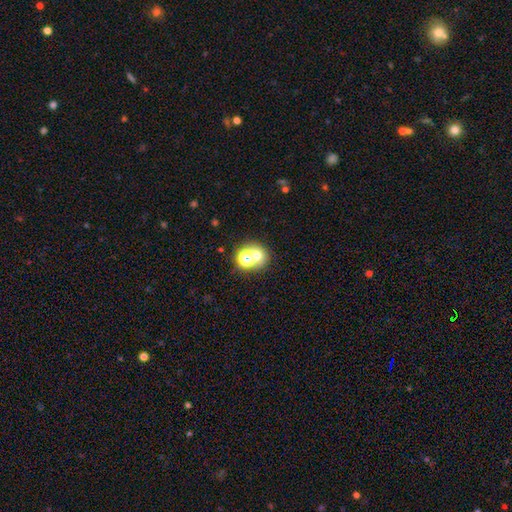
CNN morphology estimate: Smooth or featured? Predicted: smooth (p=0.58). How rounded? Predicted: round (p=0.76). Merging? Predicted: none (p=0.53).